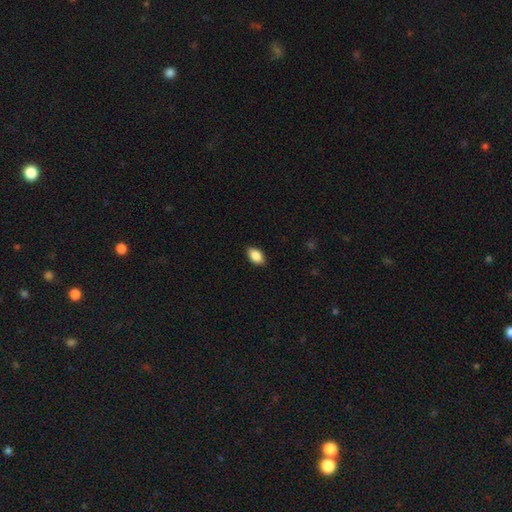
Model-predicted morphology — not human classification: Smooth or featured?
  - smooth: 87% *
  - star or artifact: 7%
  - featured or disk: 6%
How rounded?
  - in between: 92% *
  - round: 5%
  - cigar-shaped: 3%
Merging?
  - none: 88% *
  - minor disturbance: 10%
  - major disturbance: 2%
  - merger: 1%